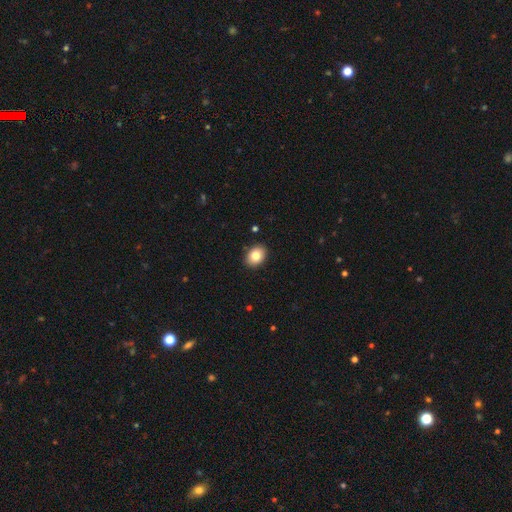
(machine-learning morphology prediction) smooth-or-featured: smooth: 84% | star or artifact: 8% | featured or disk: 8%
  how-rounded: in between: 67% | round: 32% | cigar-shaped: 1%
  merging: none: 90% | minor disturbance: 8% | major disturbance: 2% | merger: 1%